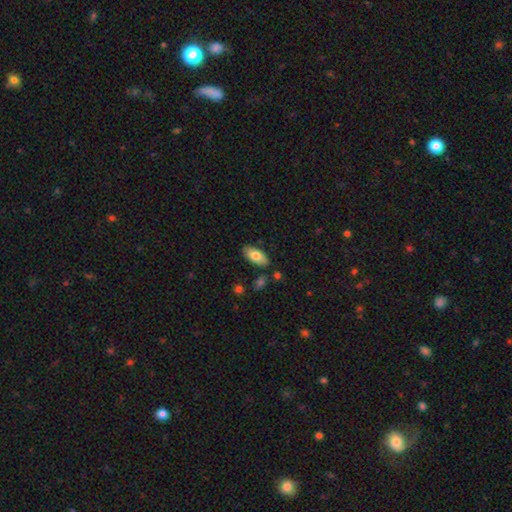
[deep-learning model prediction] Smooth or featured? smooth (79%)
How rounded? in between (90%)
Merging? none (82%)